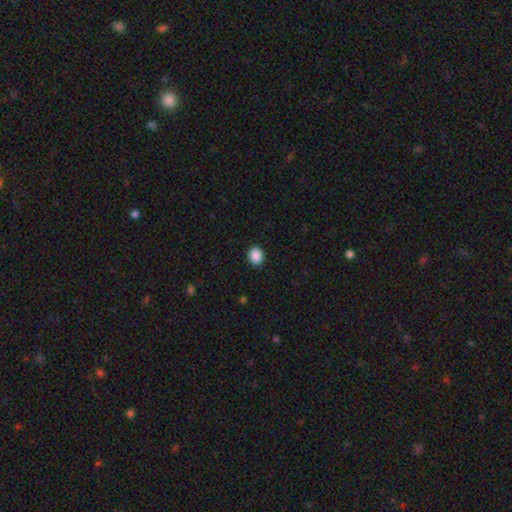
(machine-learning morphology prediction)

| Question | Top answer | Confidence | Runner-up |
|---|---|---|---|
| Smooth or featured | smooth | 89% | star or artifact (8%) |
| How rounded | round | 60% | in between (39%) |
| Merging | none | 91% | minor disturbance (7%) |